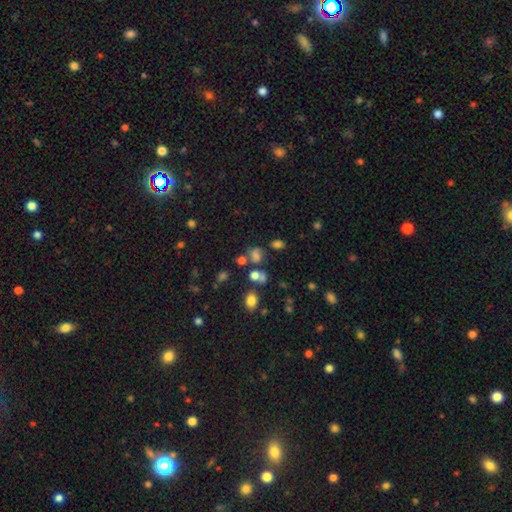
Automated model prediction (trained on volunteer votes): smooth-or-featured: smooth: 61% | star or artifact: 25% | featured or disk: 14%
  how-rounded: in between: 52% | round: 47% | cigar-shaped: 2%
  merging: none: 49% | merger: 22% | minor disturbance: 17% | major disturbance: 12%